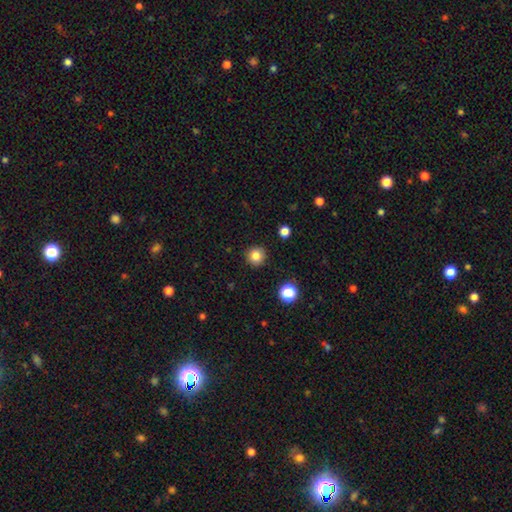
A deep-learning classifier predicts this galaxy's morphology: This is clearly a smooth galaxy (84%). How rounded: clearly round (94%). Merging: clearly none (91%).